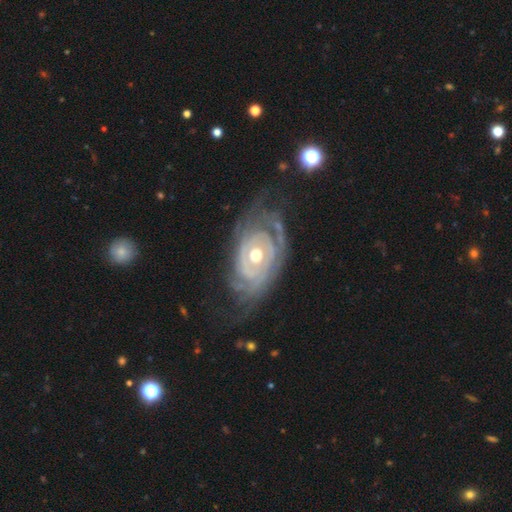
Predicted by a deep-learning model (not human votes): Overall: featured or disk (89%). Edge-on disk: no (96%). Bar: no (74%). Spiral arms: yes (94%). Spiral arm count: can't tell (33%; 2 26%). Spiral winding: tight (77%). Bulge size: moderate (71%). Merging: none (63%).